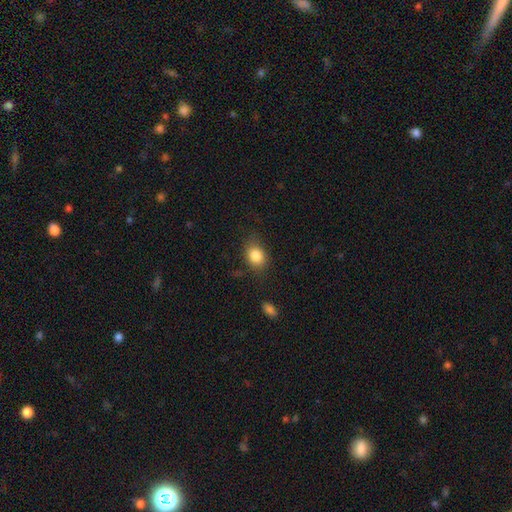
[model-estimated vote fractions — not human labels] A smooth galaxy with no disk features (84%) that is in between round and cigar-shaped (60%).

Vote fractions:
- Smooth or featured? smooth: 84% / star or artifact: 9% / featured or disk: 7%
- How rounded? in between: 60% / round: 39% / cigar-shaped: 1%
- Merging? none: 74% / minor disturbance: 18% / major disturbance: 6% / merger: 2%